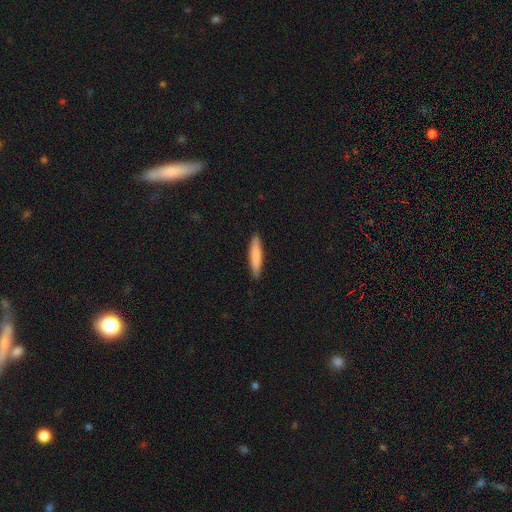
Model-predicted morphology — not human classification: smooth 81%, featured or disk 14%, star or artifact 5%. Down the decision tree: how rounded — cigar-shaped (89%); merging — none (89%).